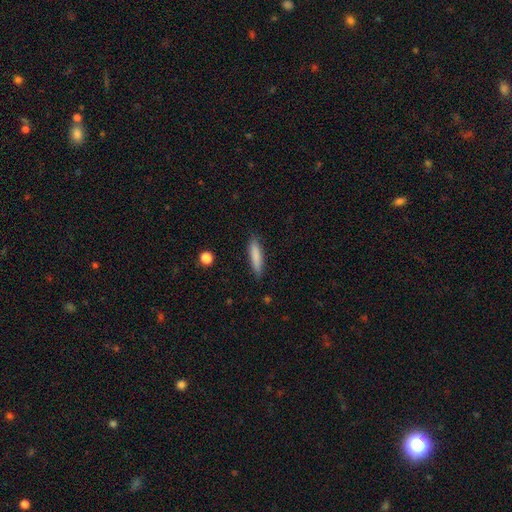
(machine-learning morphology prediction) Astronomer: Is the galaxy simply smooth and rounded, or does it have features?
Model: smooth — 82%.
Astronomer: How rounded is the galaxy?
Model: cigar-shaped — 80%.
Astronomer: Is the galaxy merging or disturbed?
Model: none — 86%.